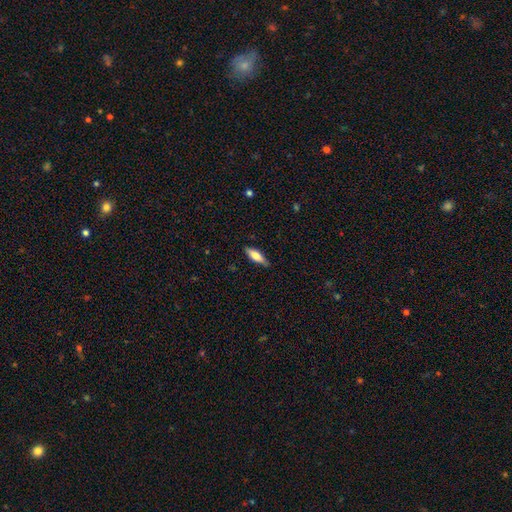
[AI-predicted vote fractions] Overall: smooth (64%; featured or disk 30%). How rounded: in between (53%; cigar-shaped 45%). Merging: none (83%).